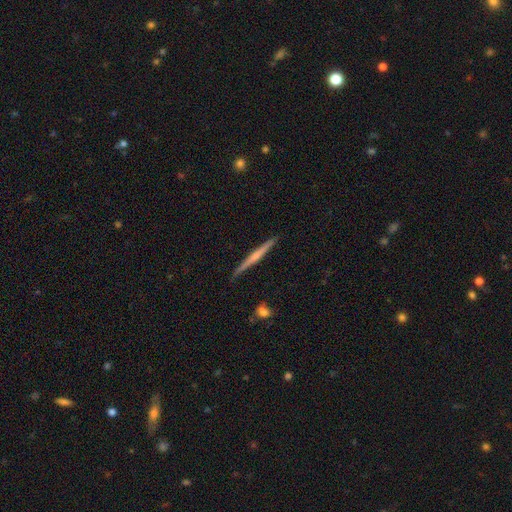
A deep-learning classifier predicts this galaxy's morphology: This is likely a featured or disk galaxy (60%). It is clearly viewed edge-on (98%). Edge-on bulge: possibly none (45%). Merging: clearly none (88%).